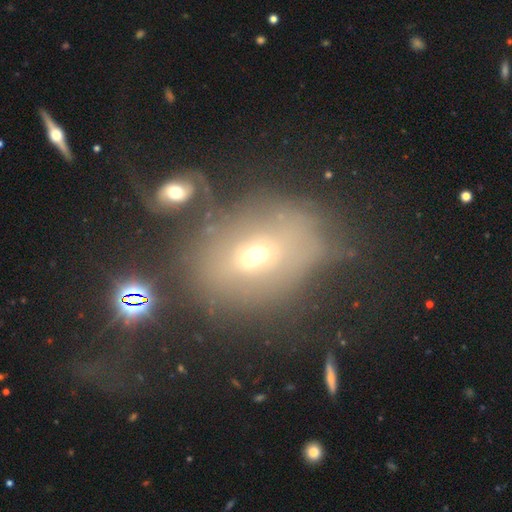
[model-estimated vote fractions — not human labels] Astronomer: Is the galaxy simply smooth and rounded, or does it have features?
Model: smooth — 48% (runner-up: featured or disk, 30%).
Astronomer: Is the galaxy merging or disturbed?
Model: none — 48%.